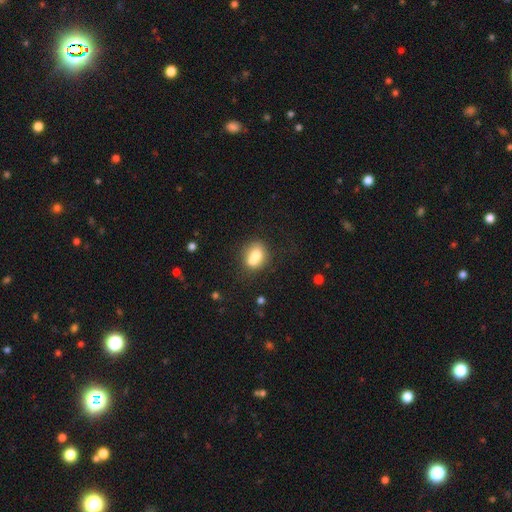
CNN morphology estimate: This appears to be a smooth galaxy with no disk features (70%) that is round (50%). Merging: none (42%).